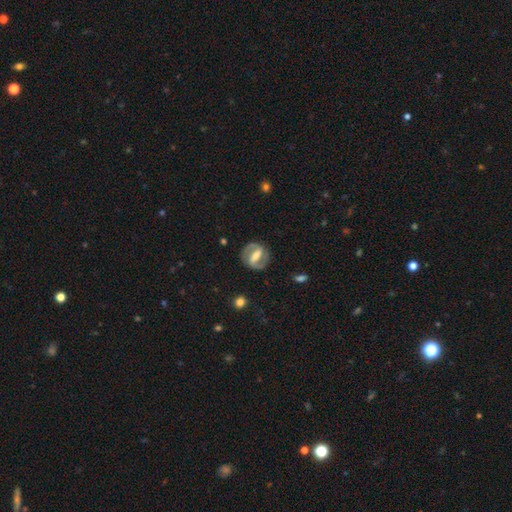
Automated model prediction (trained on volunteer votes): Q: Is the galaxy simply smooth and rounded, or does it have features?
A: featured or disk — 80%.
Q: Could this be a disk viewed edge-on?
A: no — 95%.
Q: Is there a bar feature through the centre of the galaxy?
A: strong — 68%.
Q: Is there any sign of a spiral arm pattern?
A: yes — 85%.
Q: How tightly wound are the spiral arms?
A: medium — 48%.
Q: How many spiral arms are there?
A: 2 — 90%.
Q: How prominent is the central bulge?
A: moderate — 49%.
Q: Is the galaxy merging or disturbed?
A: none — 82%.